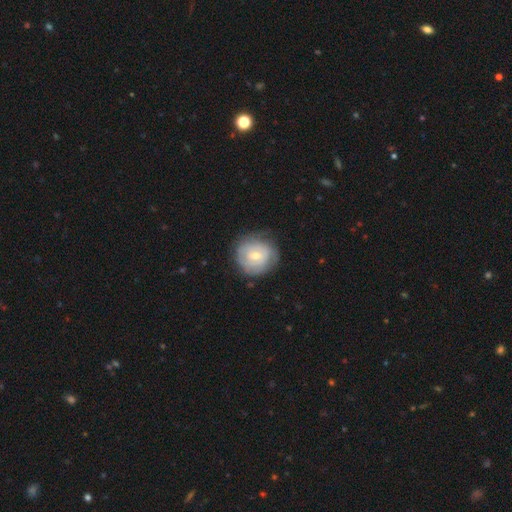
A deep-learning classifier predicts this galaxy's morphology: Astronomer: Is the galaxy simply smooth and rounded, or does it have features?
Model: featured or disk — 55% (runner-up: smooth, 39%).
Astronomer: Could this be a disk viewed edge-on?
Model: no — 97%.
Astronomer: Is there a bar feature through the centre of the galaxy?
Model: no — 52% (runner-up: weak, 41%).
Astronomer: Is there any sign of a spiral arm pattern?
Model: yes — 69%.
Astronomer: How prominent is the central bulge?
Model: moderate — 54% (runner-up: small, 42%).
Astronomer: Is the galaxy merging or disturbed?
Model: none — 72%.